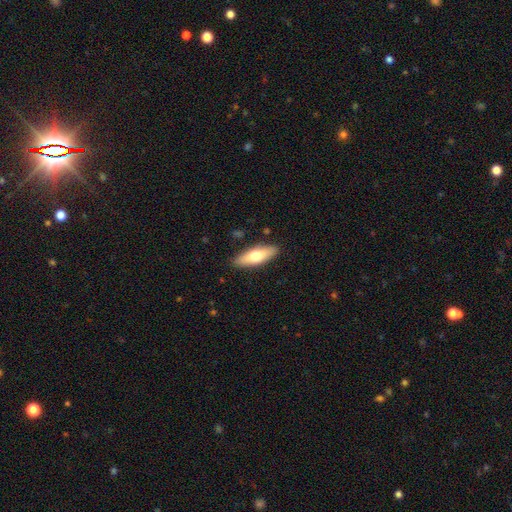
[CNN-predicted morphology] Smooth or featured: smooth — 67% (featured or disk — 28%)
How rounded: in between — 59% (cigar-shaped — 39%)
Merging: none — 88% (minor disturbance — 9%)